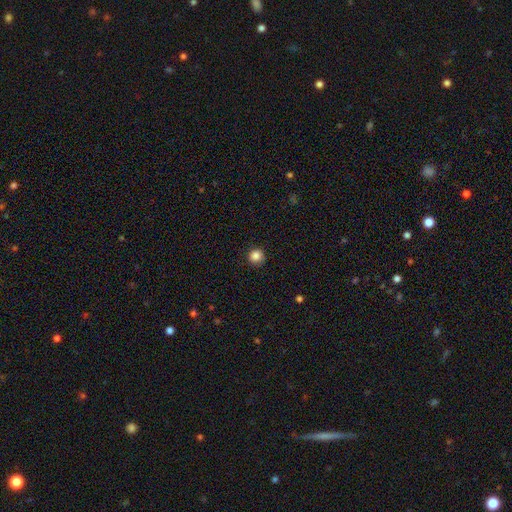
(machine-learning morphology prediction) Q: Smooth or featured?
A: smooth (86%); runner-up: star or artifact (11%)
Q: How rounded?
A: round (95%); runner-up: in between (5%)
Q: Merging?
A: none (91%); runner-up: minor disturbance (6%)